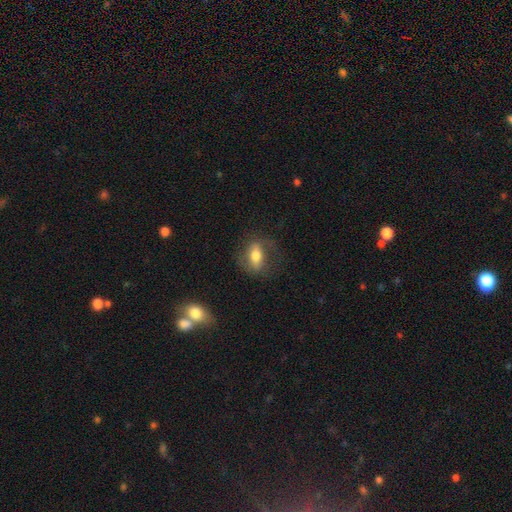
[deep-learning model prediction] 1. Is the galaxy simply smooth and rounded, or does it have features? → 58% smooth, 34% featured or disk, 8% star or artifact.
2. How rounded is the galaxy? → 74% in between, 13% round, 12% cigar-shaped.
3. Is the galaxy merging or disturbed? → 71% none, 17% minor disturbance, 10% major disturbance, 2% merger.